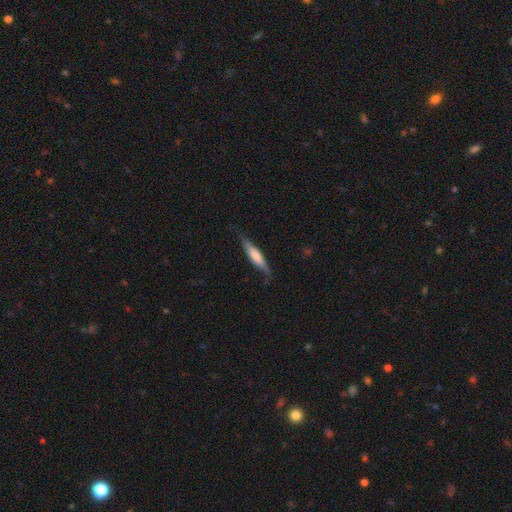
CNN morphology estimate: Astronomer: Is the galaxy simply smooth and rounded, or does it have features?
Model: smooth — 56% (runner-up: featured or disk, 38%).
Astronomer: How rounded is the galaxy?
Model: cigar-shaped — 82%.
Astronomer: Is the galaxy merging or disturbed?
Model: none — 75%.